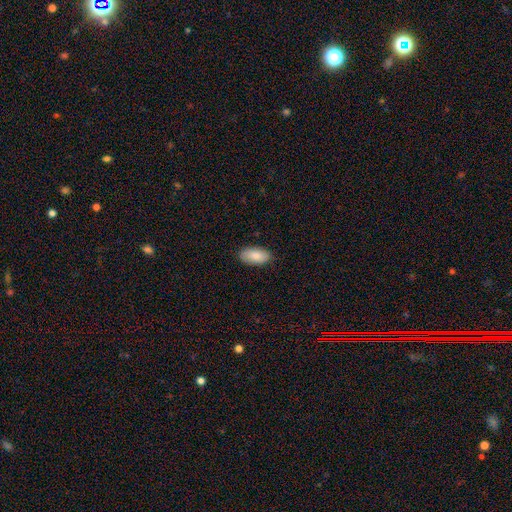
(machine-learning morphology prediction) Smooth or featured? Predicted: smooth (p=0.87). How rounded? Predicted: in between (p=0.95). Merging? Predicted: none (p=0.87).